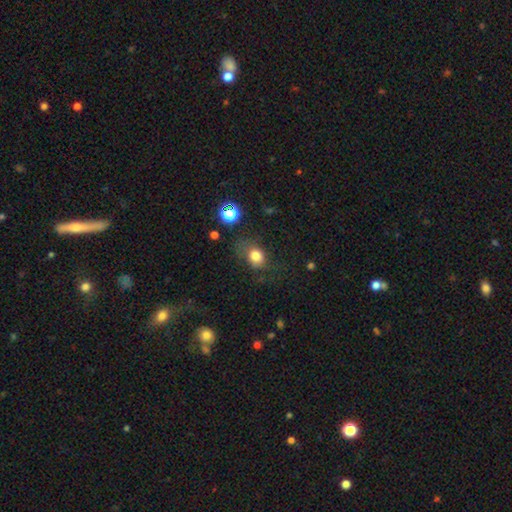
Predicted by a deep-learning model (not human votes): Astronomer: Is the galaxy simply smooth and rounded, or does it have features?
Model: smooth — 79%.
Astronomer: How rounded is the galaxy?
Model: round — 54% (runner-up: in between, 45%).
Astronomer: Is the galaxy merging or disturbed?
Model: none — 55%.